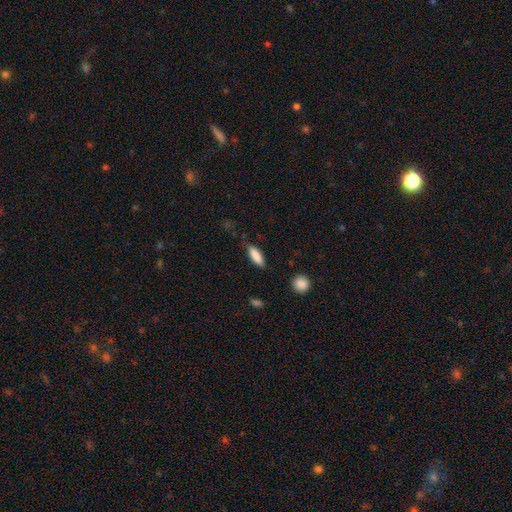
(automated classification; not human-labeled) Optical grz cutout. It shows a smooth galaxy with no disk features (85%) that is in between round and cigar-shaped (60%). Merging: none (76%).